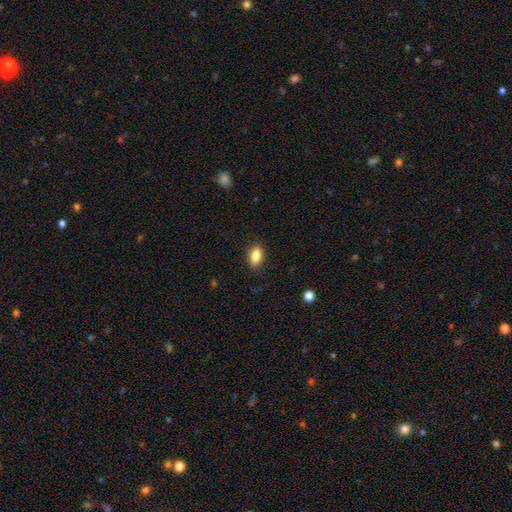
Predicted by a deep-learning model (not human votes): Smooth or featured?
  - smooth: 86% *
  - star or artifact: 8%
  - featured or disk: 6%
How rounded?
  - in between: 88% *
  - round: 8%
  - cigar-shaped: 4%
Merging?
  - none: 88% *
  - minor disturbance: 8%
  - major disturbance: 2%
  - merger: 1%